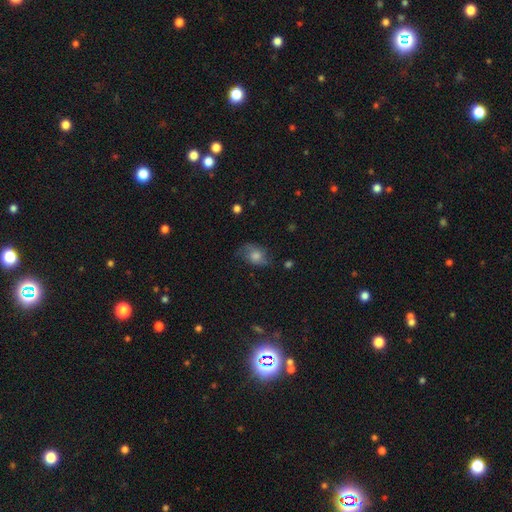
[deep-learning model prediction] This is possibly a smooth galaxy (50%). How rounded: likely in between (69%). Merging: possibly none (57%).